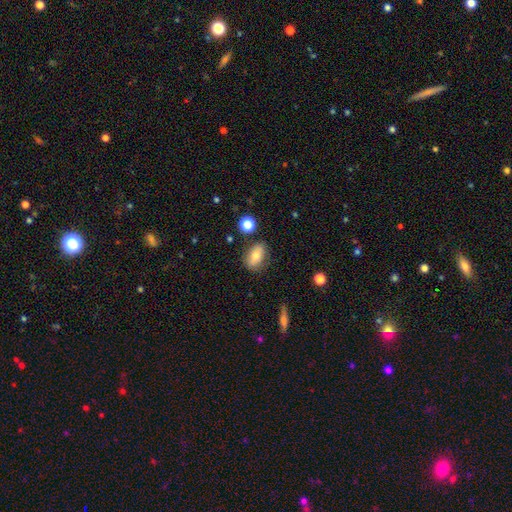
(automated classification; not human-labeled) Overall: smooth (72%). How rounded: in between (84%). Merging: none (77%).